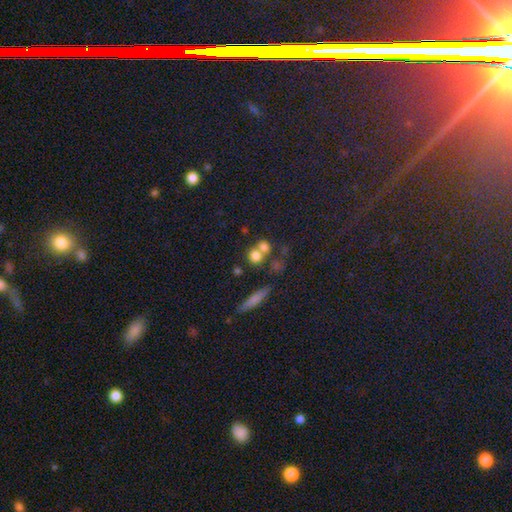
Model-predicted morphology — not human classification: Q: Smooth or featured?
A: smooth (72%); runner-up: star or artifact (14%)
Q: How rounded?
A: round (78%); runner-up: in between (18%)
Q: Merging?
A: none (45%); runner-up: merger (42%)